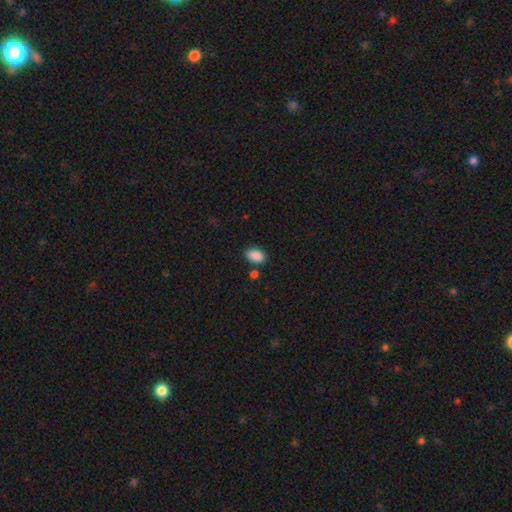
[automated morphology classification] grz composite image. It shows a smooth galaxy with no disk features (89%) that is in between round and cigar-shaped (87%). Merging: none (80%).